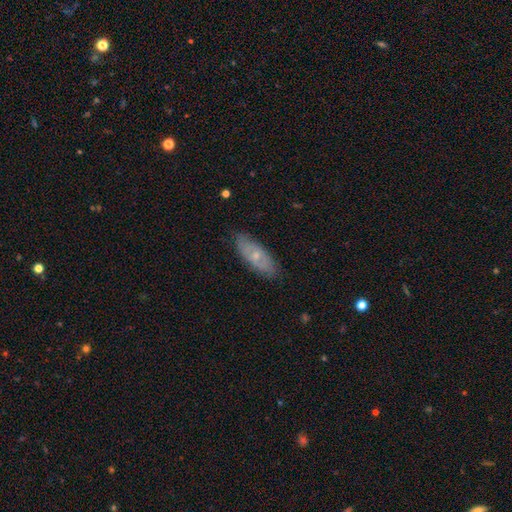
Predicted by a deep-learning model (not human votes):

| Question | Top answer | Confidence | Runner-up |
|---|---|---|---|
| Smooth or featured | featured or disk | 50% | smooth (43%) |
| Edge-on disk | no | 78% | yes (22%) |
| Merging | none | 82% | minor disturbance (15%) |